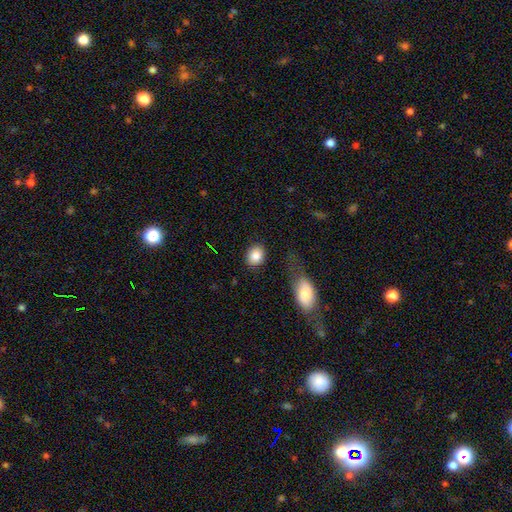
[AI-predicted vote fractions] Smooth or featured? Predicted: smooth (p=0.86). How rounded? Predicted: round (p=0.49, tied with in between). Merging? Predicted: none (p=0.81).